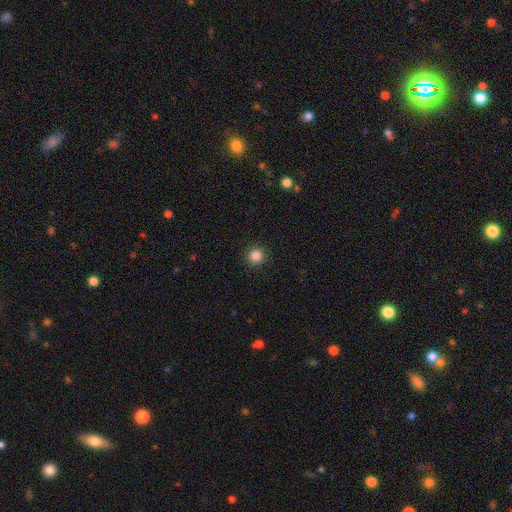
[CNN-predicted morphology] Q: Smooth or featured?
A: smooth (85%); runner-up: star or artifact (11%)
Q: How rounded?
A: round (95%); runner-up: in between (4%)
Q: Merging?
A: none (93%); runner-up: minor disturbance (5%)